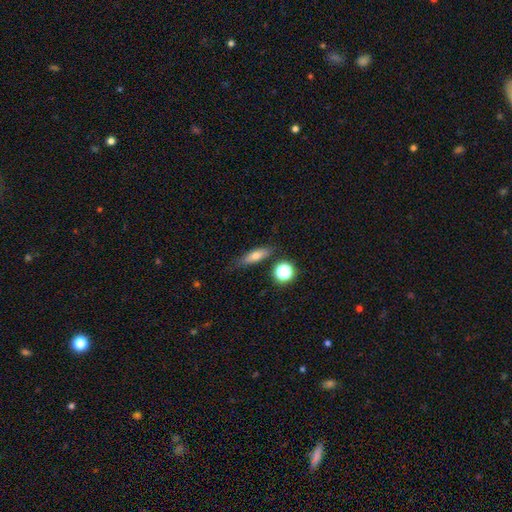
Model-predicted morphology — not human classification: Smooth or featured?
  - smooth: 68% *
  - featured or disk: 22%
  - star or artifact: 10%
How rounded?
  - cigar-shaped: 49% *
  - in between: 43%
  - round: 7%
Merging?
  - none: 75% *
  - minor disturbance: 16%
  - merger: 5%
  - major disturbance: 4%